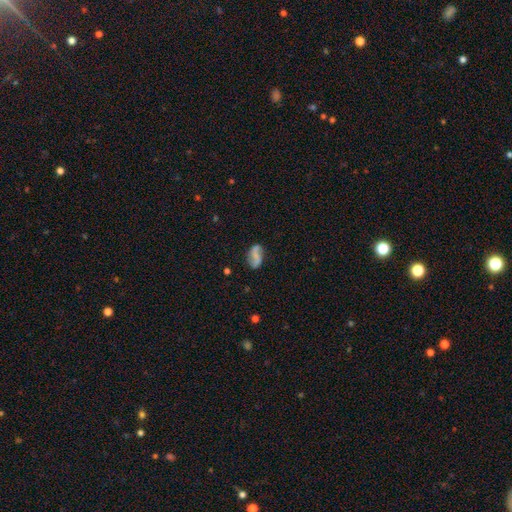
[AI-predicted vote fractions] Smooth or featured?
  - featured or disk: 55% *
  - smooth: 35%
  - star or artifact: 9%
Edge-on disk?
  - no: 96% *
  - yes: 4%
Bar?
  - no: 40% *
  - weak: 37%
  - strong: 23%
Spiral arms?
  - yes: 86% *
  - no: 14%
Bulge size?
  - none: 51% *
  - small: 33%
  - moderate: 13%
  - large: 2%
  - dominant: 1%
Merging?
  - none: 73% *
  - minor disturbance: 18%
  - major disturbance: 6%
  - merger: 3%